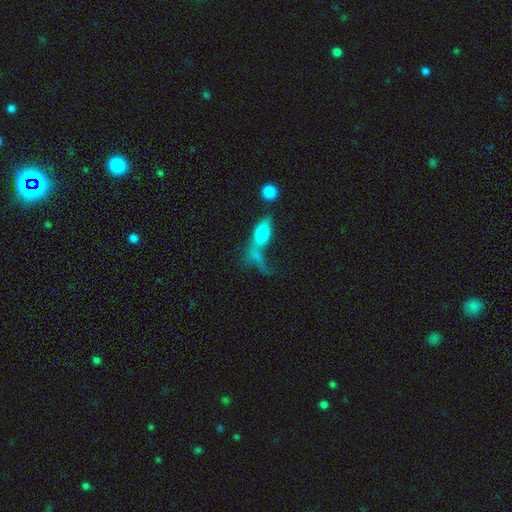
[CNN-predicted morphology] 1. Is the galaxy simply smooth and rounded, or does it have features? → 56% smooth, 31% featured or disk, 14% star or artifact.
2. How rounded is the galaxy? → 59% in between, 29% cigar-shaped, 12% round.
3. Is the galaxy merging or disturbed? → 37% merger, 25% major disturbance, 25% none, 13% minor disturbance.